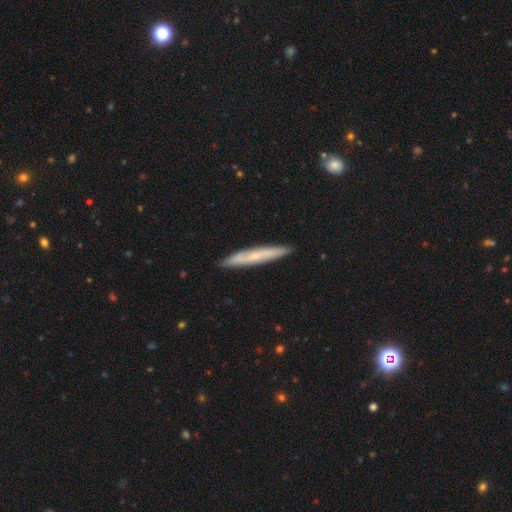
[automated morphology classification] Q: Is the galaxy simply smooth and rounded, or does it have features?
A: featured or disk — 48%.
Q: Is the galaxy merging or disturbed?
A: none — 89%.